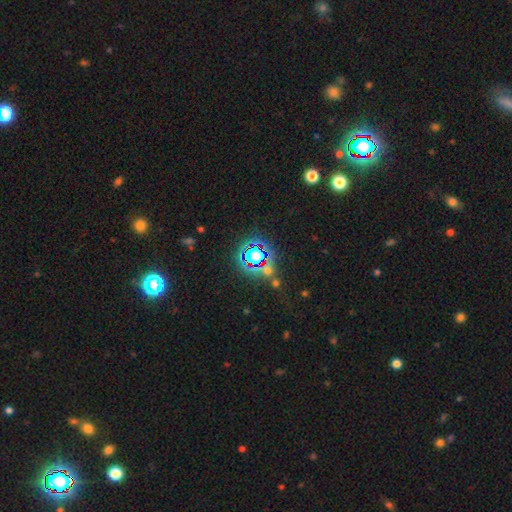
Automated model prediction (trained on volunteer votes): A star or artifact, not a galaxy (71%).

Vote fractions:
- Smooth or featured? star or artifact: 71% / smooth: 20% / featured or disk: 10%